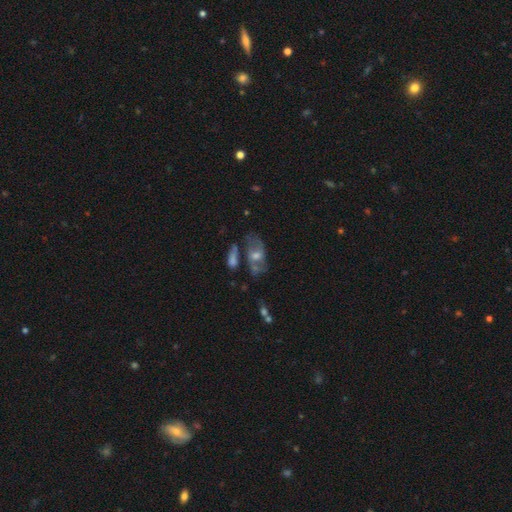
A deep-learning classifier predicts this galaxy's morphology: Smooth or featured: featured or disk — 59% (smooth — 28%)
Edge-on disk: no — 91% (yes — 9%)
Bar: no — 58% (weak — 33%)
Spiral arms: yes — 55% (no — 45%)
Bulge size: moderate — 59% (small — 24%)
Merging: none — 45% (merger — 22%)